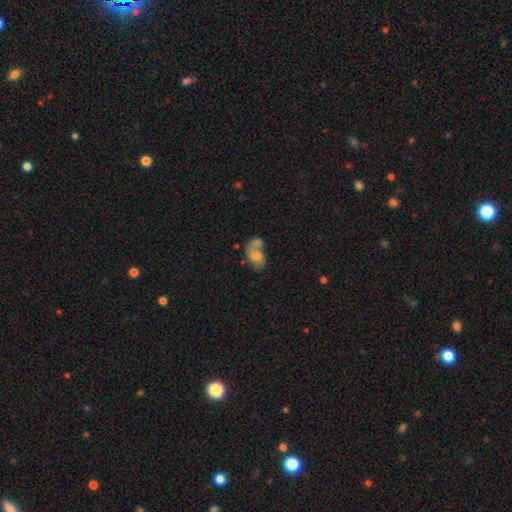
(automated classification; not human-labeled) Smooth or featured: smooth — 59% (featured or disk — 32%)
How rounded: in between — 82% (round — 16%)
Merging: merger — 51% (none — 25%)